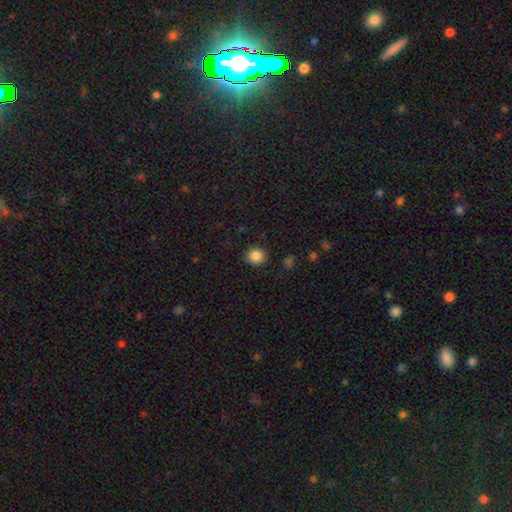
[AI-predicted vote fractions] A smooth galaxy with no disk features (86%) that is round (82%).

Vote fractions:
- Smooth or featured? smooth: 86% / star or artifact: 10% / featured or disk: 4%
- How rounded? round: 82% / in between: 17% / cigar-shaped: 1%
- Merging? none: 90% / minor disturbance: 7% / major disturbance: 2% / merger: 1%